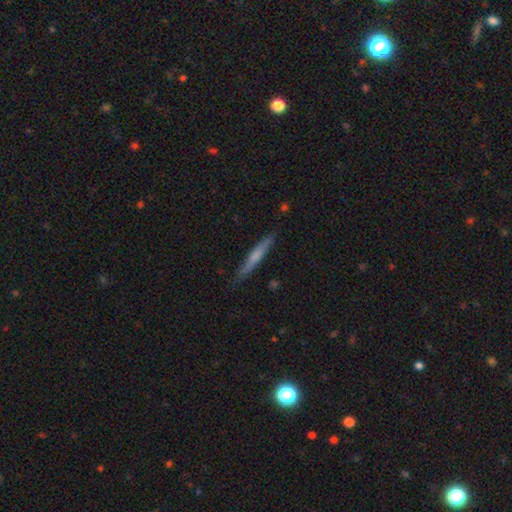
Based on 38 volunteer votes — Q: Smooth or featured?
A: featured or disk (50%); runner-up: smooth (42%)
Q: Edge-on disk?
A: yes (95%); runner-up: no (5%)
Q: Edge-on bulge?
A: none (44%); runner-up: boxy (28%)
Q: Merging?
A: none (86%); runner-up: minor disturbance (11%)